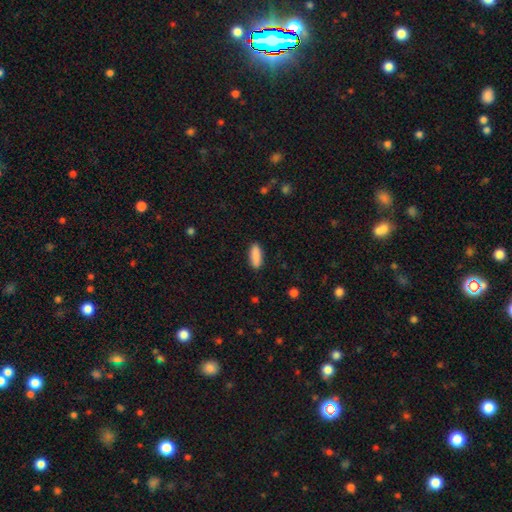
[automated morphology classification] A smooth galaxy with no disk features (90%) that is in between round and cigar-shaped (73%).

Vote fractions:
- Smooth or featured? smooth: 90% / star or artifact: 6% / featured or disk: 4%
- How rounded? in between: 73% / cigar-shaped: 26% / round: 2%
- Merging? none: 89% / minor disturbance: 8% / major disturbance: 2% / merger: 1%